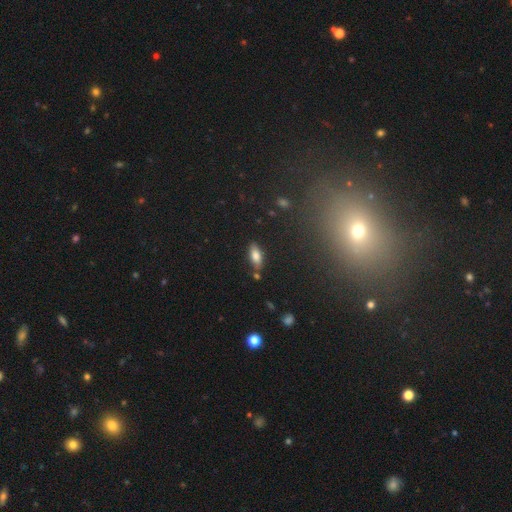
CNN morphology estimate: This is likely a smooth galaxy (77%). How rounded: clearly in between (82%). Merging: likely none (78%).